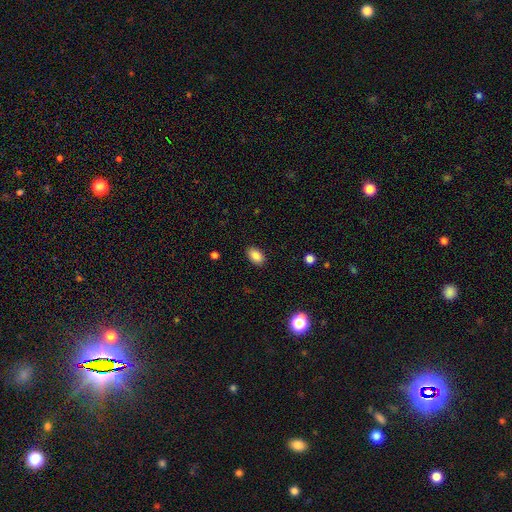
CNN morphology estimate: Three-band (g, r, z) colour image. It shows a smooth galaxy with no disk features (86%) that is in between round and cigar-shaped (89%). Merging: none (89%).